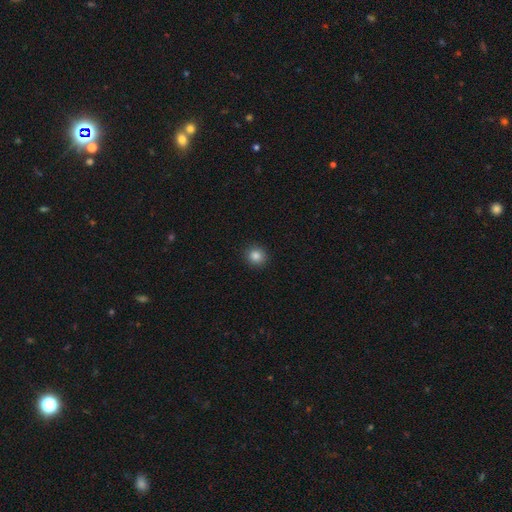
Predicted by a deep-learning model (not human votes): This appears to be a smooth galaxy with no disk features (85%) that is round (89%). Merging: none (92%).